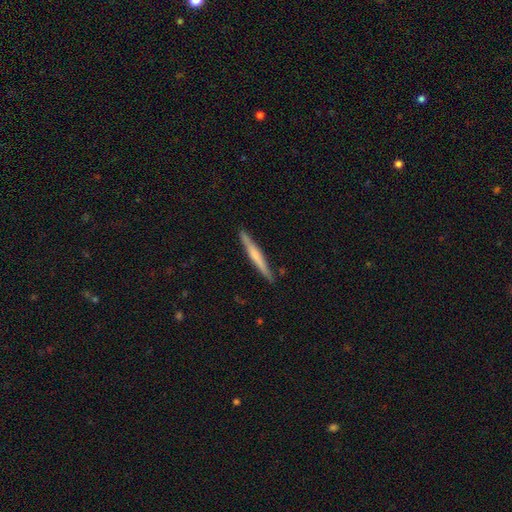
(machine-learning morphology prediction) This appears to be a smooth galaxy with no disk features (49%). Merging: none (89%).